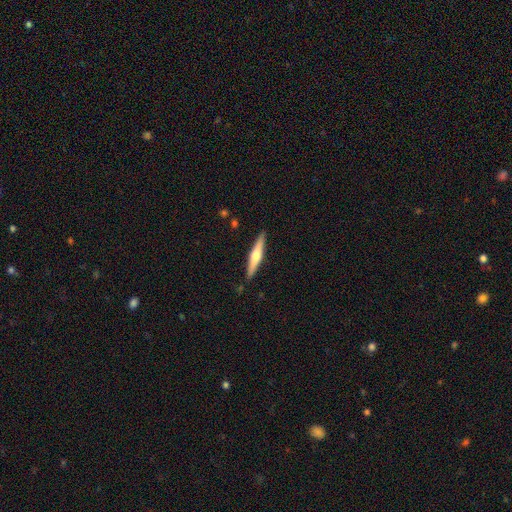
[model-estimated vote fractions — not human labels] Q: Smooth or featured?
A: featured or disk (56%); runner-up: smooth (39%)
Q: Edge-on disk?
A: yes (97%); runner-up: no (3%)
Q: Edge-on bulge?
A: rounded (88%); runner-up: none (6%)
Q: Merging?
A: none (90%); runner-up: minor disturbance (8%)